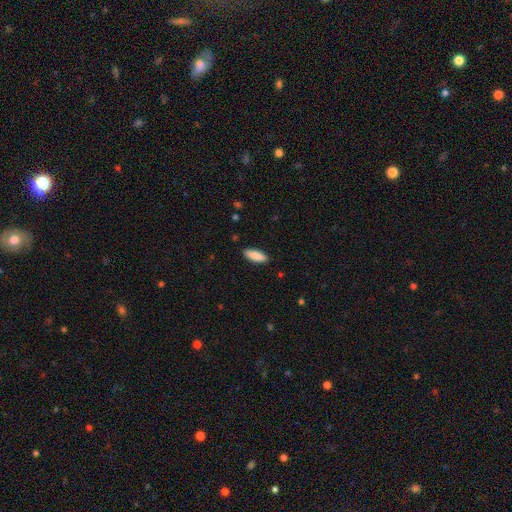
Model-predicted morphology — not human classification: Smooth or featured: smooth — 88% (featured or disk — 6%)
How rounded: in between — 60% (cigar-shaped — 38%)
Merging: none — 89% (minor disturbance — 8%)